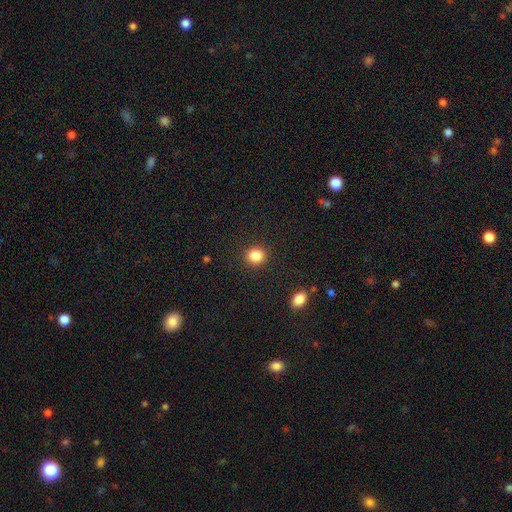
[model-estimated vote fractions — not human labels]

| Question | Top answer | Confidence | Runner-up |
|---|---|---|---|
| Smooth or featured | smooth | 86% | star or artifact (10%) |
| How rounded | round | 81% | in between (18%) |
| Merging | none | 90% | minor disturbance (6%) |